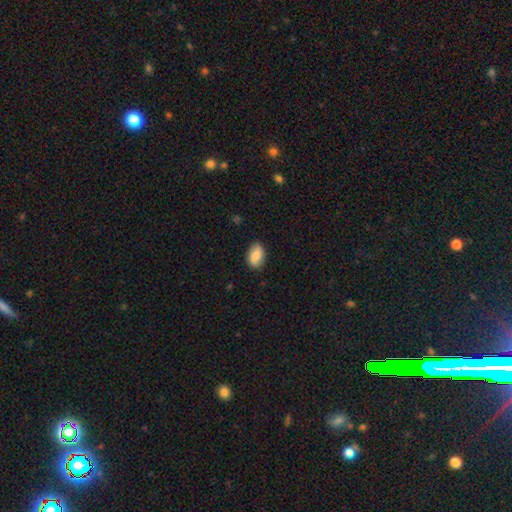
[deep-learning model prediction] Overall: smooth (78%). How rounded: in between (89%). Merging: none (84%).